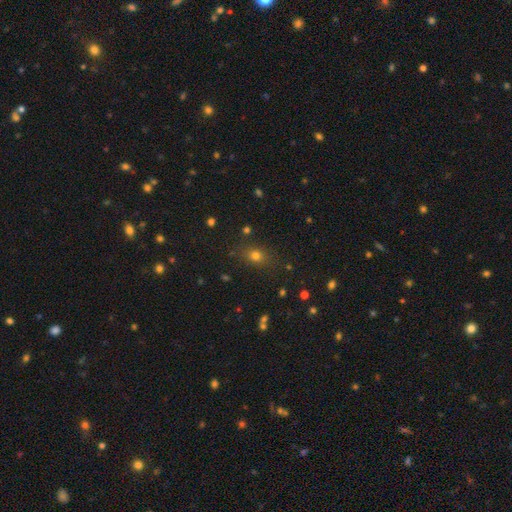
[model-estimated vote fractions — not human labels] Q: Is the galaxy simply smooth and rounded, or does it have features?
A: smooth — 72%.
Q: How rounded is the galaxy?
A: in between — 50%.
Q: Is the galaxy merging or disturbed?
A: none — 81%.